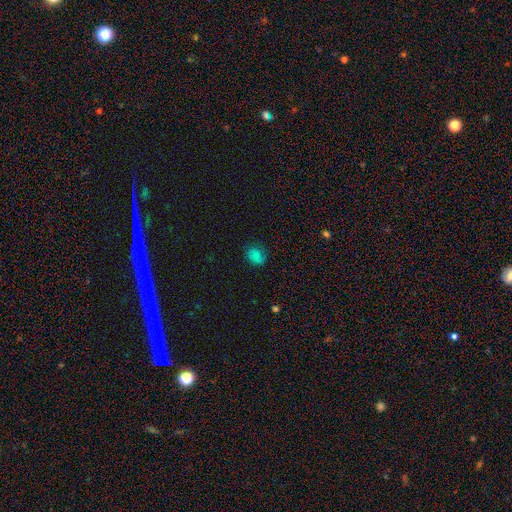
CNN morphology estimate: smooth-or-featured: smooth: 75% | star or artifact: 18% | featured or disk: 7%
  how-rounded: in between: 53% | round: 46% | cigar-shaped: 1%
  merging: none: 77% | minor disturbance: 17% | major disturbance: 4% | merger: 1%